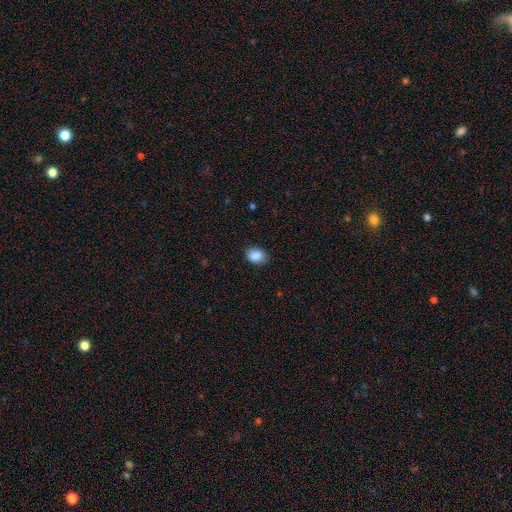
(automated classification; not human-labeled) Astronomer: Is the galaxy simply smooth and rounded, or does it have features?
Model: smooth — 89%.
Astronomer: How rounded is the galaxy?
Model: in between — 66%.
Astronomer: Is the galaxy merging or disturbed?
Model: none — 84%.